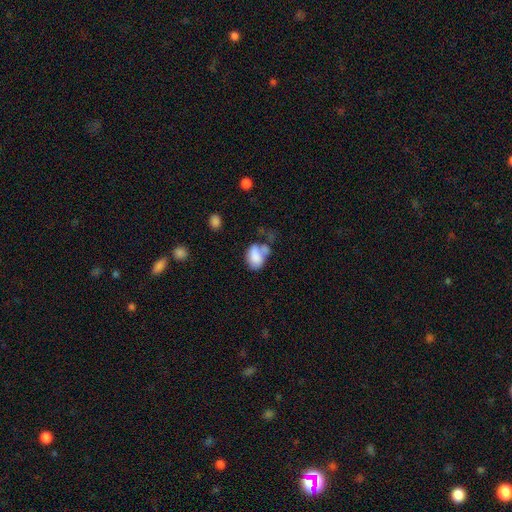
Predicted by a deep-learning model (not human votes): A smooth galaxy with no disk features (76%) that is in between round and cigar-shaped (84%). Merging: merger (33%).